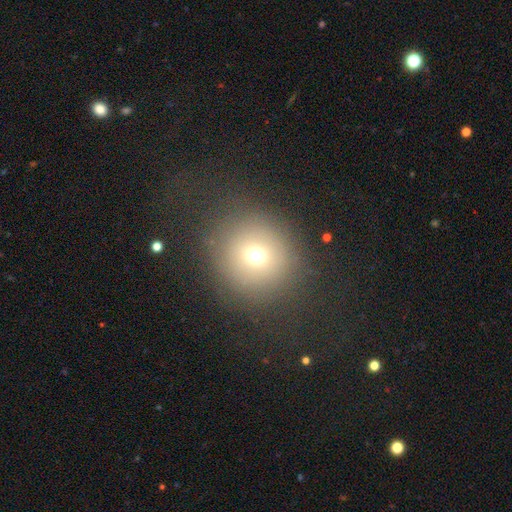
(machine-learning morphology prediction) This appears to be a smooth galaxy with no disk features (67%) that is round (93%). Merging: none (80%).